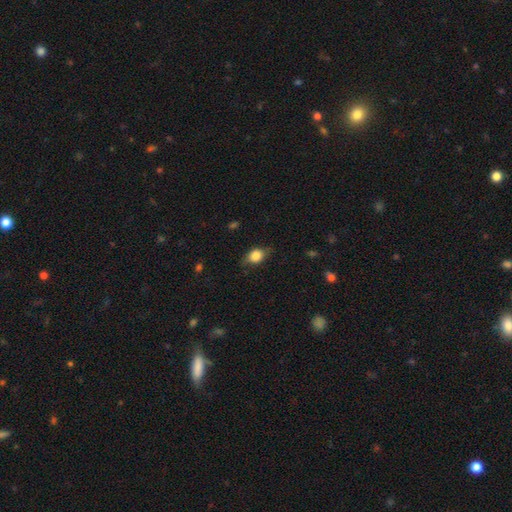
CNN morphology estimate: Overall: smooth (80%). How rounded: in between (64%; round 34%). Merging: none (71%).